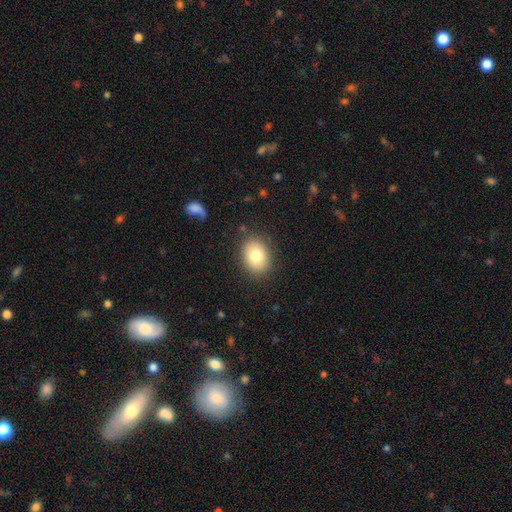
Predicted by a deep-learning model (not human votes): A smooth galaxy with no disk features (77%) that is in between round and cigar-shaped (59%). Merging: none (86%).